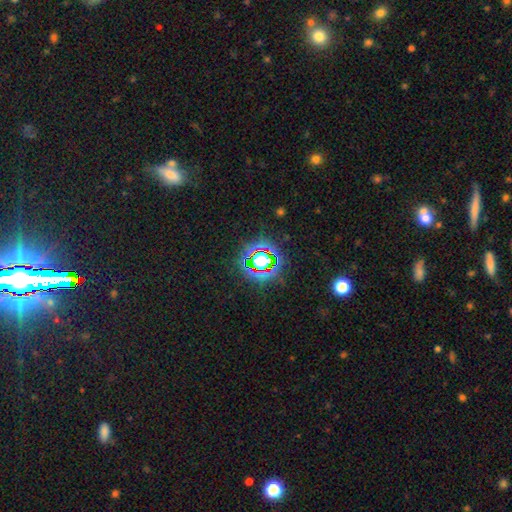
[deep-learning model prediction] Q: Smooth or featured?
A: star or artifact (77%); runner-up: smooth (14%)